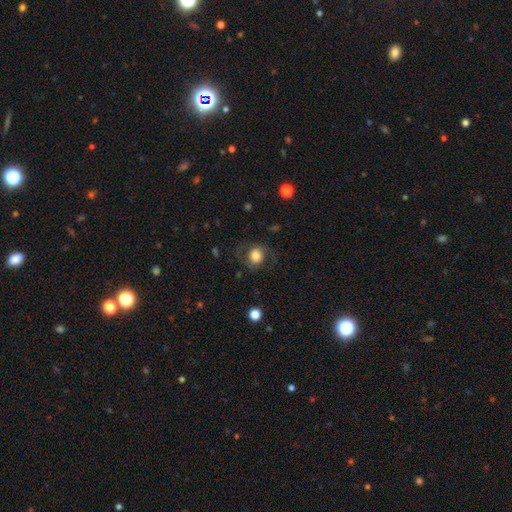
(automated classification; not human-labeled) This appears to be a smooth galaxy with no disk features (49%). Merging: none (72%).